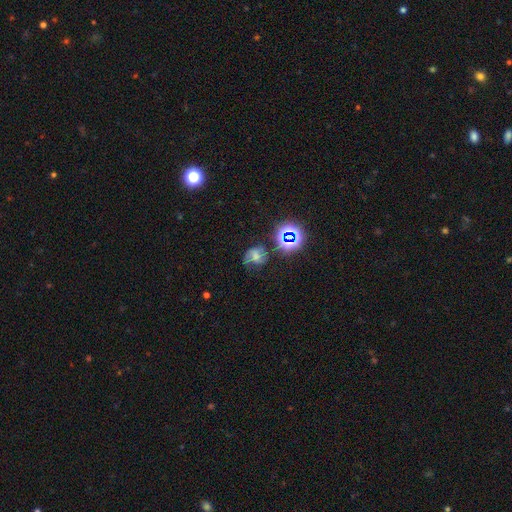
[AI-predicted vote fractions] smooth_or_featured: featured or disk (p=0.41) [alt: smooth p=0.33]
merging: none (p=0.48) [alt: minor disturbance p=0.26]